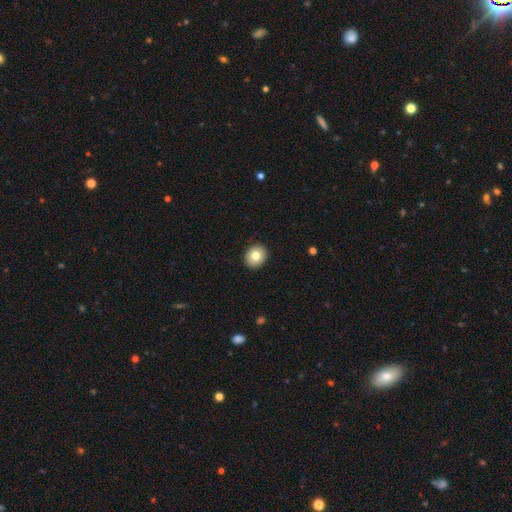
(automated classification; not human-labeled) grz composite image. It shows a smooth galaxy with no disk features (80%) that is round (69%). Merging: none (91%).